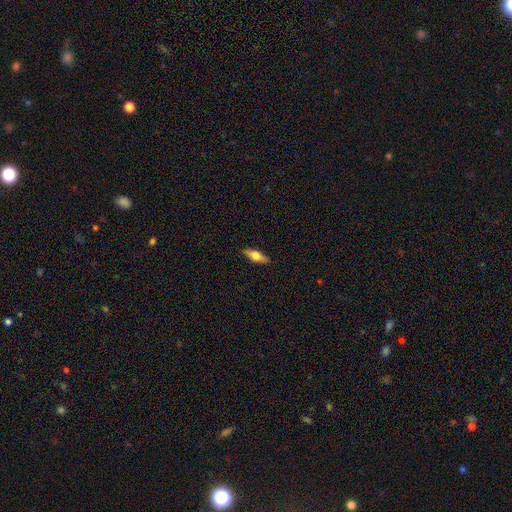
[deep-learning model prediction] Q: Smooth or featured?
A: smooth (62%); runner-up: featured or disk (32%)
Q: How rounded?
A: in between (66%); runner-up: cigar-shaped (31%)
Q: Merging?
A: none (88%); runner-up: minor disturbance (9%)